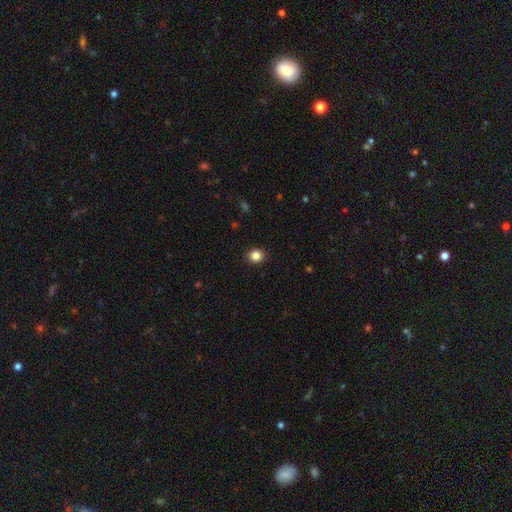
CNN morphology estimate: A smooth galaxy with no disk features (84%) that is round (77%).

Vote fractions:
- Smooth or featured? smooth: 84% / star or artifact: 11% / featured or disk: 5%
- How rounded? round: 77% / in between: 22% / cigar-shaped: 1%
- Merging? none: 92% / minor disturbance: 6% / major disturbance: 2% / merger: 1%